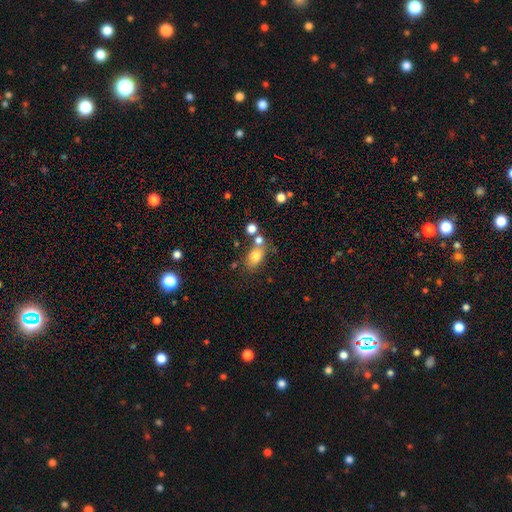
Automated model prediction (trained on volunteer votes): Smooth or featured?
  - smooth: 77% *
  - featured or disk: 12%
  - star or artifact: 11%
How rounded?
  - in between: 76% *
  - round: 21%
  - cigar-shaped: 2%
Merging?
  - none: 58% *
  - merger: 21%
  - minor disturbance: 15%
  - major disturbance: 6%